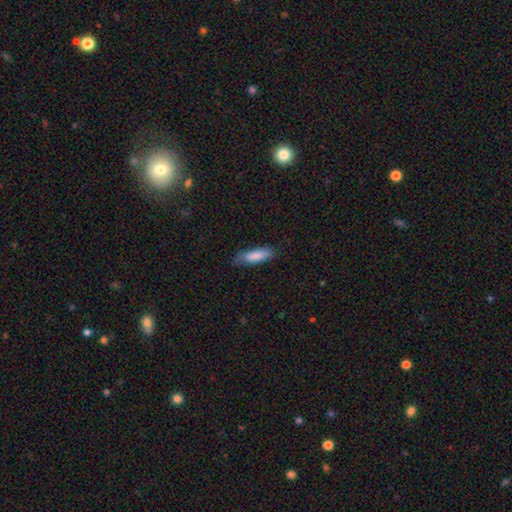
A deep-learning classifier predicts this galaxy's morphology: Smooth or featured? smooth (83%)
How rounded? cigar-shaped (51%)
Merging? none (67%)